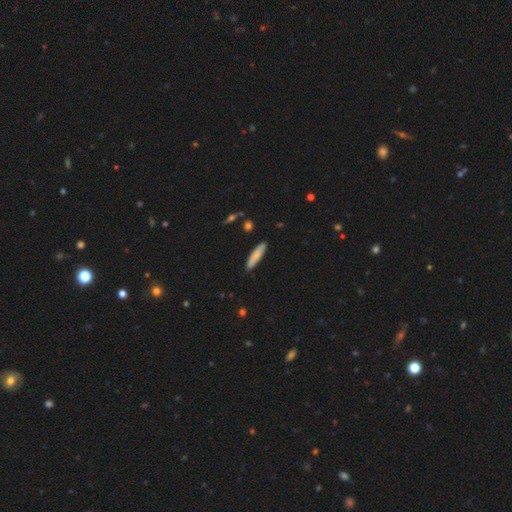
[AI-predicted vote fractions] smooth-or-featured: smooth: 83% | featured or disk: 11% | star or artifact: 6%
  how-rounded: cigar-shaped: 82% | in between: 17% | round: 1%
  merging: none: 89% | minor disturbance: 8% | major disturbance: 2% | merger: 1%